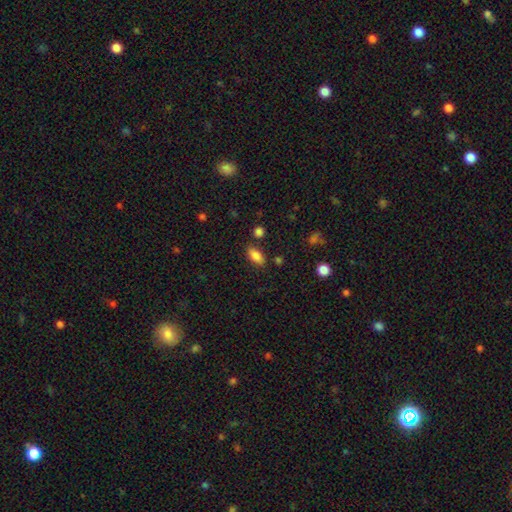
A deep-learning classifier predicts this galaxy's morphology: Smooth or featured? smooth (86%)
How rounded? in between (88%)
Merging? none (81%)